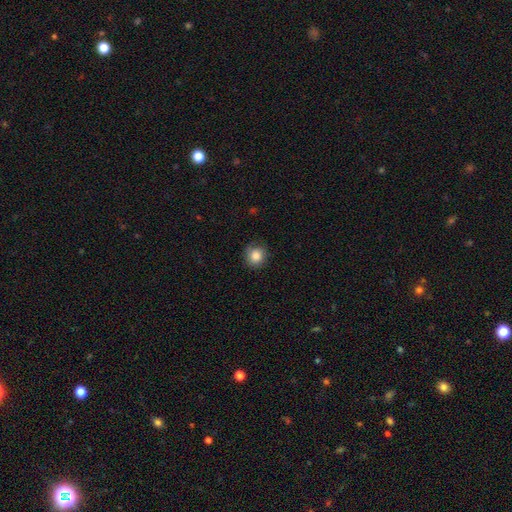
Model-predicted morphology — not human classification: A smooth galaxy with no disk features (85%) that is round (89%). Merging: none (81%).